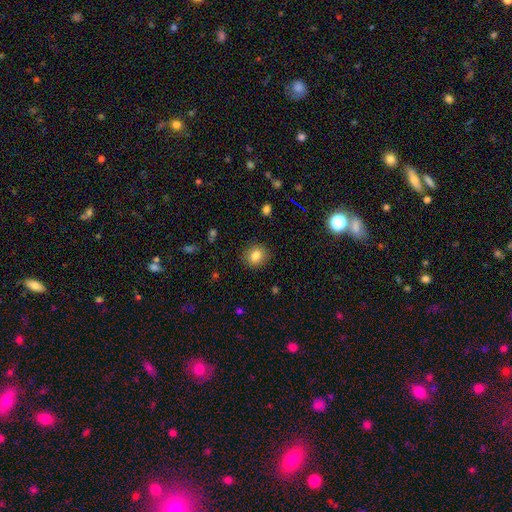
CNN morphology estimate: smooth-or-featured: smooth: 82% | star or artifact: 10% | featured or disk: 7%
  how-rounded: round: 73% | in between: 26% | cigar-shaped: 1%
  merging: none: 88% | minor disturbance: 8% | major disturbance: 2% | merger: 1%